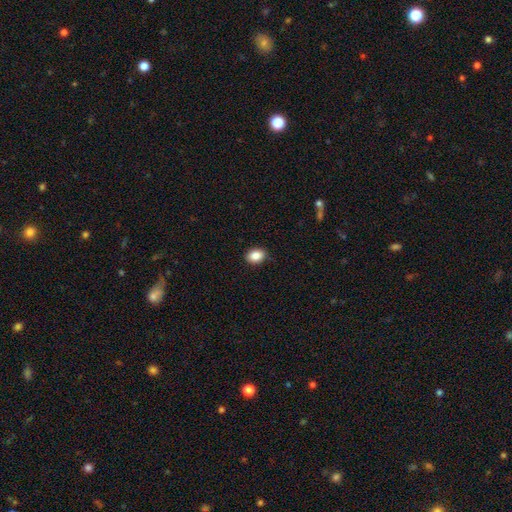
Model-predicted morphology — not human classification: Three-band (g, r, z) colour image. It shows a smooth galaxy with no disk features (86%) that is in between round and cigar-shaped (73%). Merging: none (89%).